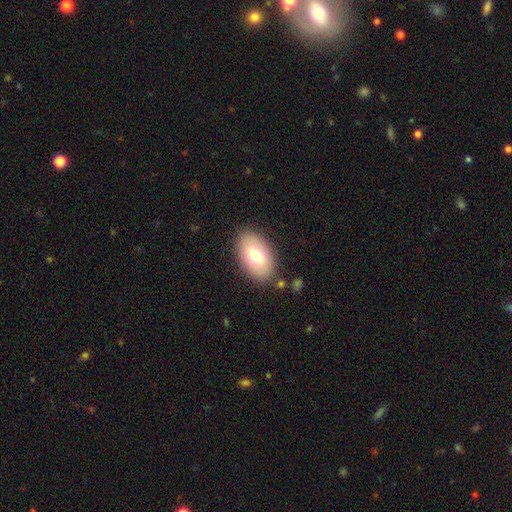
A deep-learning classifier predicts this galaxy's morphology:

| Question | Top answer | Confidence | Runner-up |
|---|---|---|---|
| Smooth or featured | smooth | 73% | featured or disk (20%) |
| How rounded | in between | 92% | round (6%) |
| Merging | none | 84% | minor disturbance (10%) |